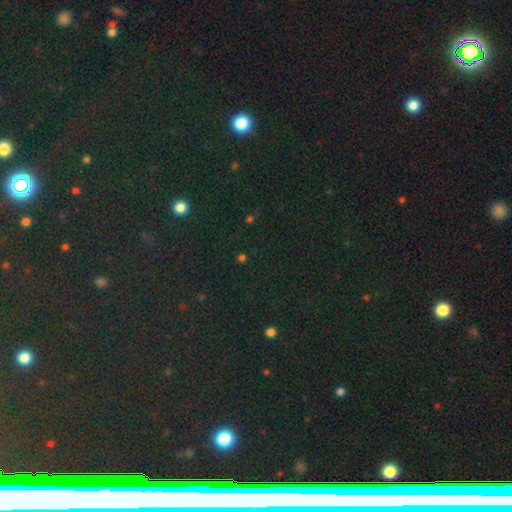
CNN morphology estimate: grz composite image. It shows a star or artifact, not a galaxy (77%).